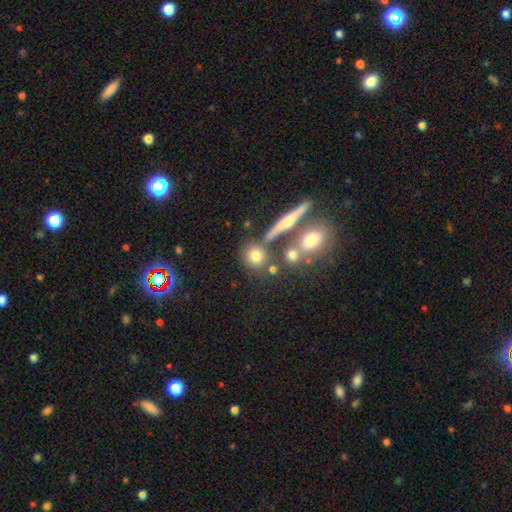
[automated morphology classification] This is likely a smooth galaxy (72%). How rounded: likely round (71%). Merging: likely none (67%).